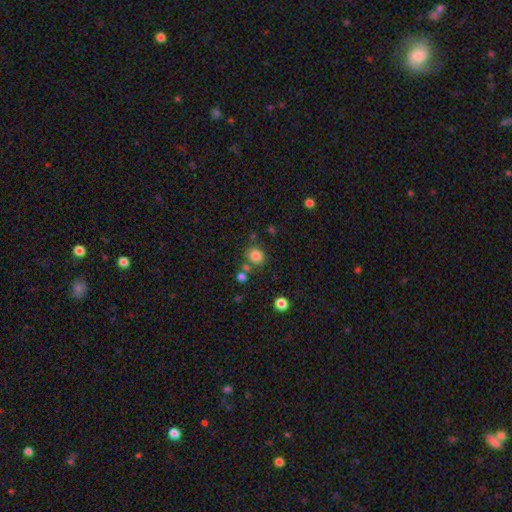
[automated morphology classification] Smooth or featured? Predicted: smooth (p=0.81). How rounded? Predicted: round (p=0.73). Merging? Predicted: none (p=0.73).